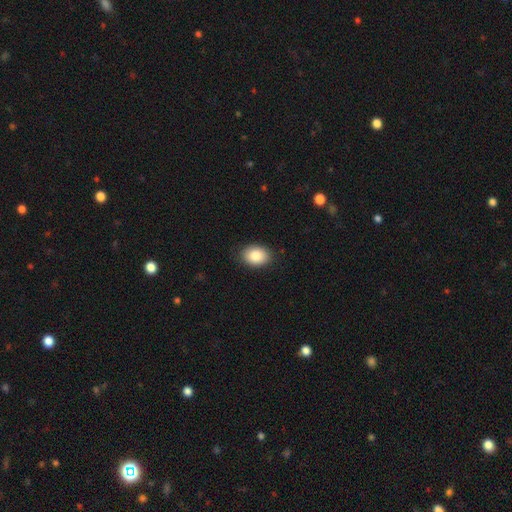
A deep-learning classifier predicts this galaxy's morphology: Smooth or featured? smooth (86%)
How rounded? in between (74%)
Merging? none (86%)